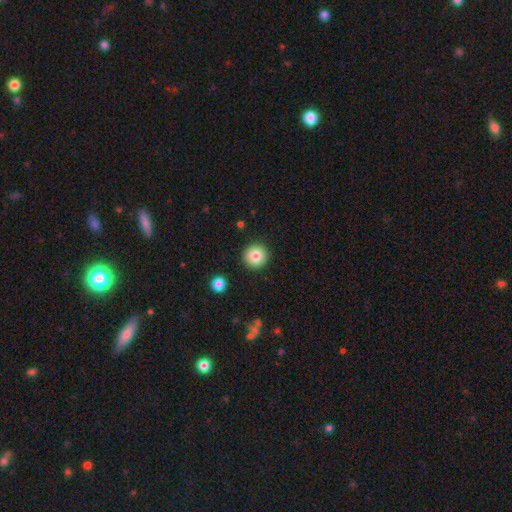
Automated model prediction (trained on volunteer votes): The model was most divided on "smooth or featured": smooth: 82%, star or artifact: 10%, featured or disk: 9%. More confident: how rounded — round (96%); merging — none (92%).